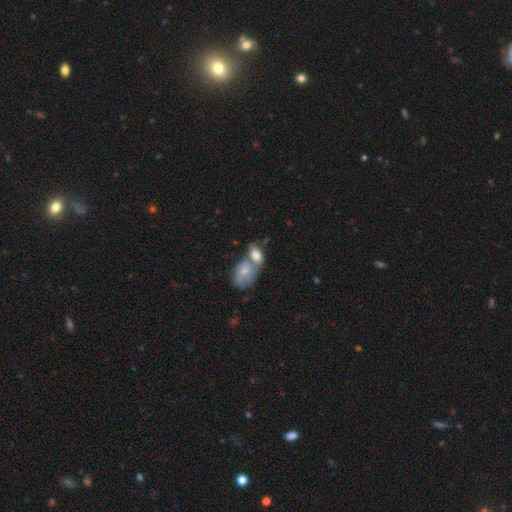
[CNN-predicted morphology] A smooth galaxy with no disk features (60%) that is in between round and cigar-shaped (84%).

Vote fractions:
- Smooth or featured? smooth: 60% / featured or disk: 31% / star or artifact: 8%
- How rounded? in between: 84% / round: 13% / cigar-shaped: 3%
- Merging? merger: 64% / none: 20% / minor disturbance: 10% / major disturbance: 6%